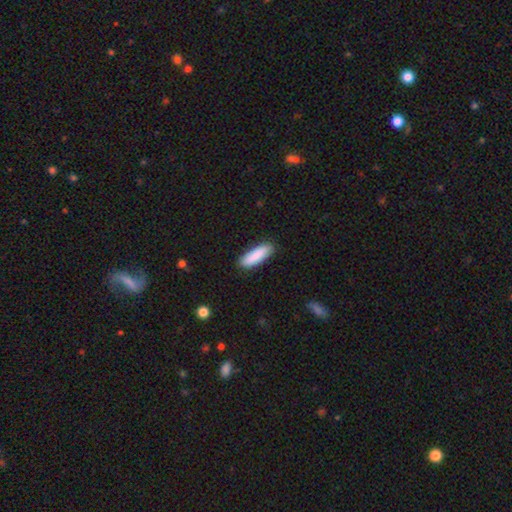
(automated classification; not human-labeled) Smooth or featured? Predicted: smooth (p=0.88). How rounded? Predicted: in between (p=0.53). Merging? Predicted: none (p=0.87).